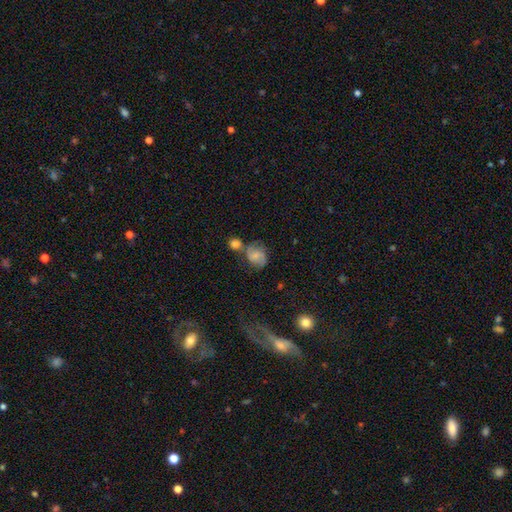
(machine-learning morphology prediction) Smooth or featured? smooth (46%)
Merging? none (42%)